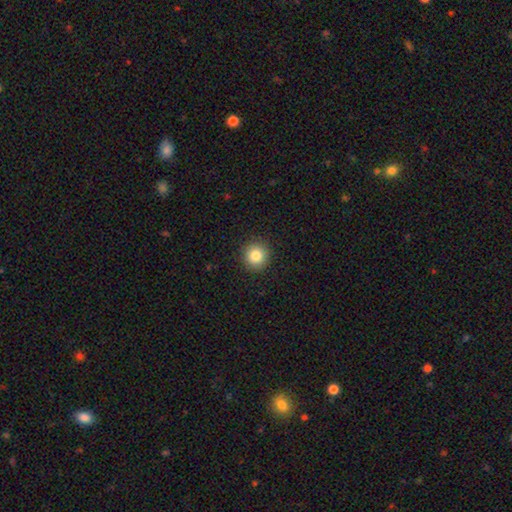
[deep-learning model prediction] This is clearly a smooth galaxy (84%). How rounded: clearly round (94%). Merging: clearly none (92%).